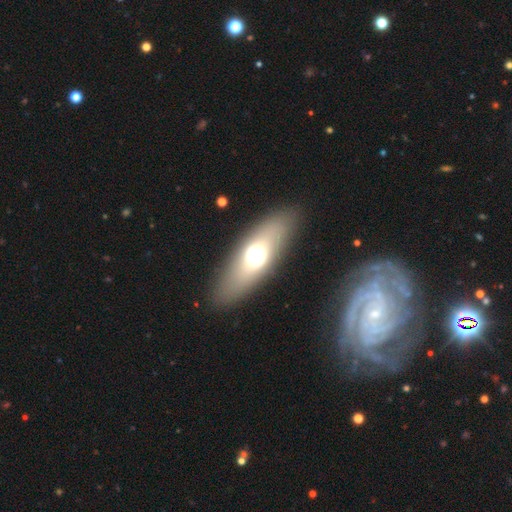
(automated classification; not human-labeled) Smooth or featured: smooth — 56% (featured or disk — 34%)
How rounded: in between — 64% (cigar-shaped — 29%)
Merging: none — 87% (minor disturbance — 7%)